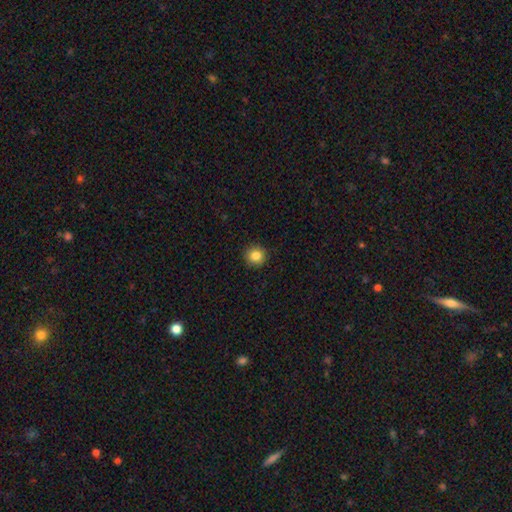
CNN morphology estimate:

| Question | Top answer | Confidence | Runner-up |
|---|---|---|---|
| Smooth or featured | smooth | 85% | star or artifact (10%) |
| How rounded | round | 93% | in between (6%) |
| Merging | none | 91% | minor disturbance (6%) |